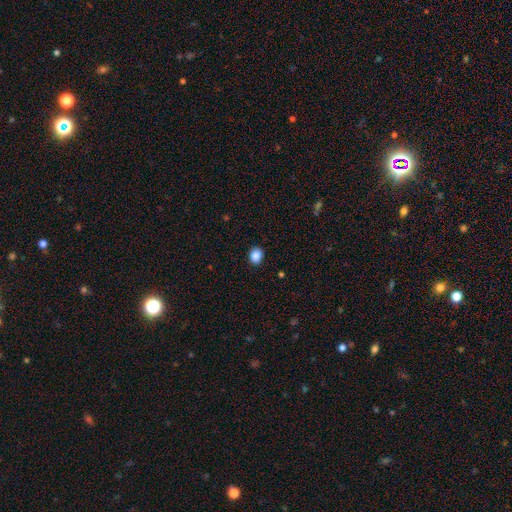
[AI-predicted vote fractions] Smooth or featured? smooth (87%)
How rounded? round (52%)
Merging? none (89%)